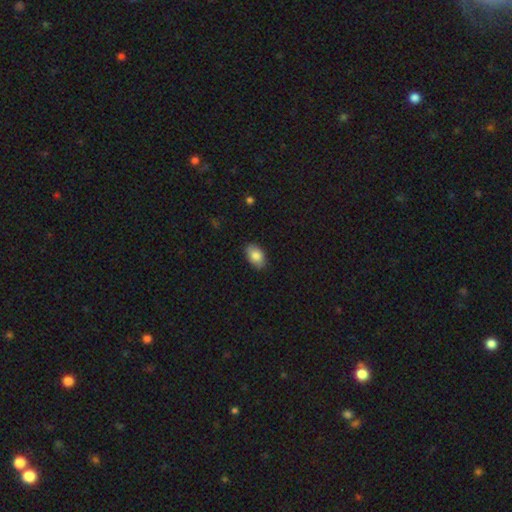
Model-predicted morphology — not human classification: Q: Smooth or featured?
A: smooth (84%); runner-up: featured or disk (9%)
Q: How rounded?
A: in between (89%); runner-up: round (10%)
Q: Merging?
A: none (87%); runner-up: minor disturbance (10%)